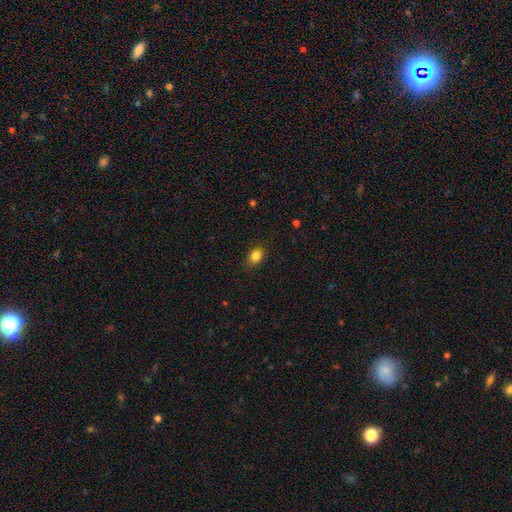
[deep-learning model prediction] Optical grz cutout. It shows a smooth galaxy with no disk features (84%) that is in between round and cigar-shaped (56%). Merging: none (83%).